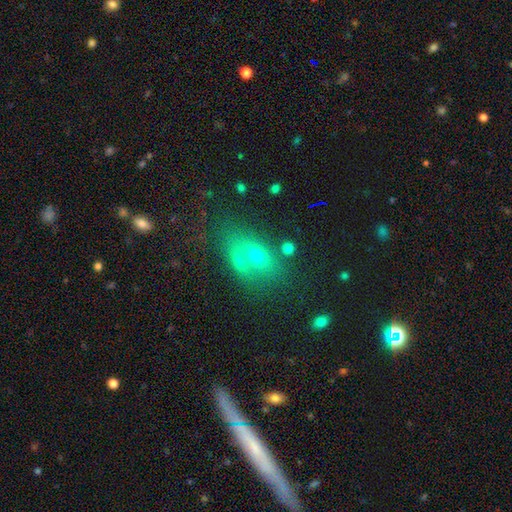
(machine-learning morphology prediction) Smooth or featured?
  - smooth: 59% *
  - featured or disk: 24%
  - star or artifact: 17%
How rounded?
  - in between: 70% *
  - round: 23%
  - cigar-shaped: 7%
Merging?
  - merger: 46% *
  - none: 39%
  - minor disturbance: 9%
  - major disturbance: 5%